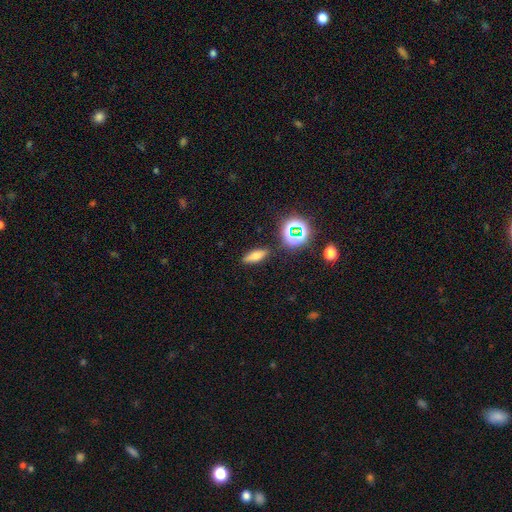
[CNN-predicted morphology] Overall: smooth (64%). How rounded: in between (49%; cigar-shaped 44%). Merging: none (85%).